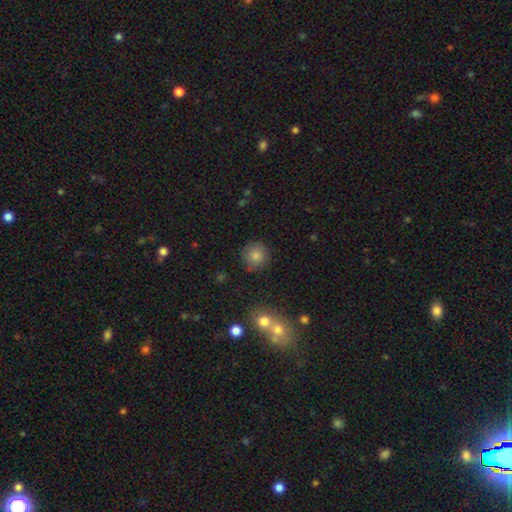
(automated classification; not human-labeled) smooth 83%, star or artifact 10%, featured or disk 7%. Down the decision tree: how rounded — round (93%); merging — none (85%).